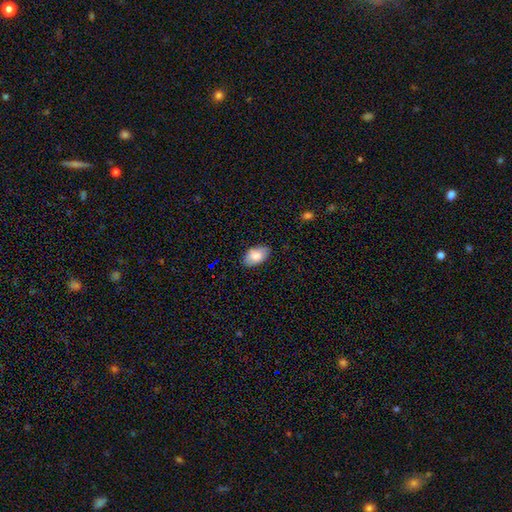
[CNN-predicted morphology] smooth_or_featured: smooth (p=0.80) [alt: featured or disk p=0.13]
how_rounded: in between (p=0.93) [alt: round p=0.05]
merging: none (p=0.85) [alt: minor disturbance p=0.12]